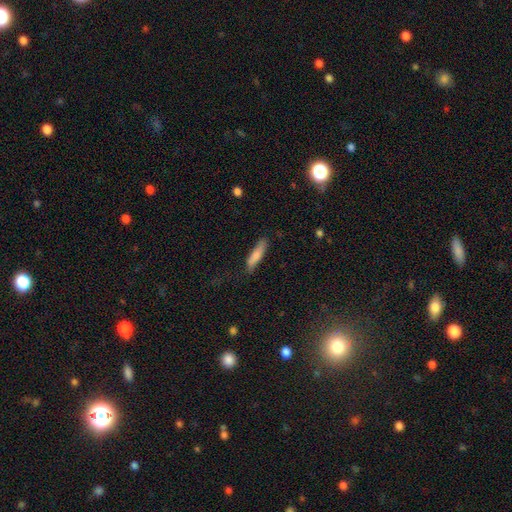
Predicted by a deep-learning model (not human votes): Smooth or featured?
  - smooth: 79% *
  - featured or disk: 15%
  - star or artifact: 6%
How rounded?
  - cigar-shaped: 78% *
  - in between: 21%
  - round: 1%
Merging?
  - none: 78% *
  - minor disturbance: 17%
  - major disturbance: 4%
  - merger: 2%